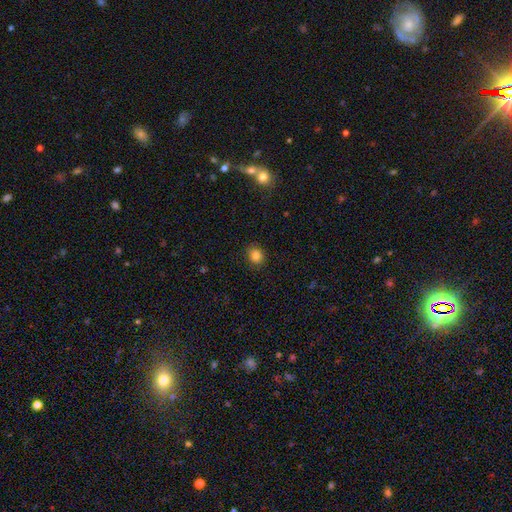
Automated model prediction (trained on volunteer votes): smooth-or-featured: smooth: 82% | star or artifact: 12% | featured or disk: 6%
  how-rounded: round: 70% | in between: 29% | cigar-shaped: 1%
  merging: none: 89% | minor disturbance: 8% | major disturbance: 2% | merger: 1%